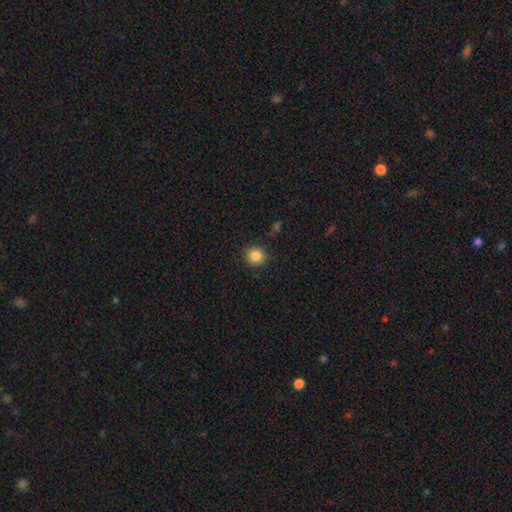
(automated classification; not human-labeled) A smooth galaxy with no disk features (85%) that is round (92%).

Vote fractions:
- Smooth or featured? smooth: 85% / star or artifact: 10% / featured or disk: 4%
- How rounded? round: 92% / in between: 7% / cigar-shaped: 1%
- Merging? none: 89% / minor disturbance: 7% / major disturbance: 2% / merger: 1%